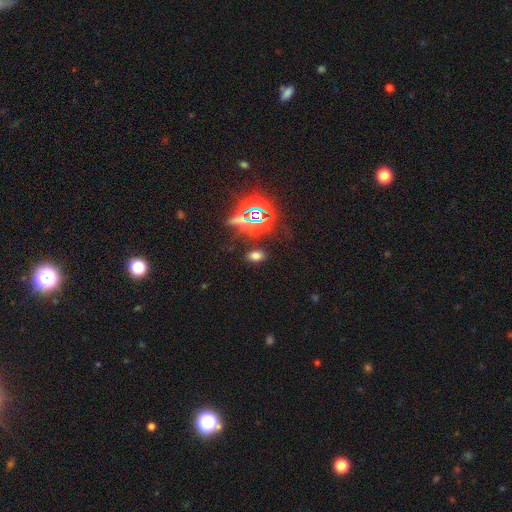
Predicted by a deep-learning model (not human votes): Smooth or featured? Predicted: smooth (p=0.60). How rounded? Predicted: in between (p=0.85). Merging? Predicted: none (p=0.83).